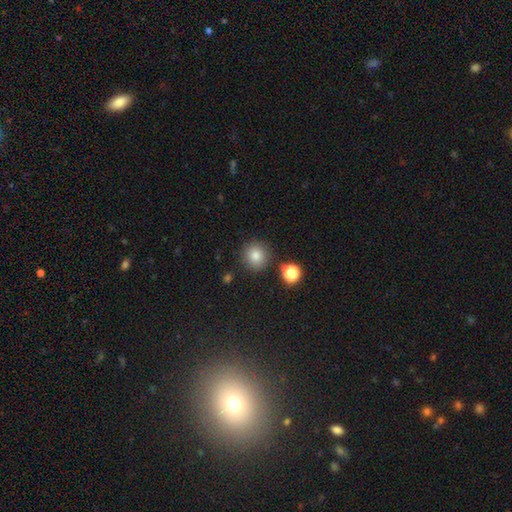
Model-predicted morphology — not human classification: Smooth or featured?
  - smooth: 82% *
  - star or artifact: 12%
  - featured or disk: 6%
How rounded?
  - round: 92% *
  - in between: 7%
  - cigar-shaped: 1%
Merging?
  - none: 85% *
  - minor disturbance: 8%
  - merger: 4%
  - major disturbance: 3%